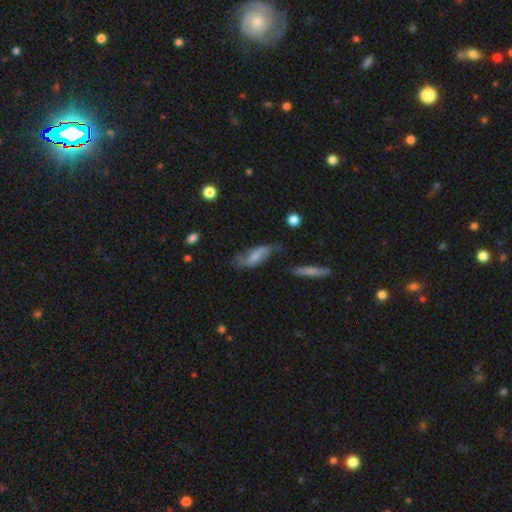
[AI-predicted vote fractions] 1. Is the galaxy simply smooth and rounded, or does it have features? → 60% featured or disk, 32% smooth, 8% star or artifact.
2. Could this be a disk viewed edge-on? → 86% no, 14% yes.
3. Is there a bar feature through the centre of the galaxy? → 43% weak, 32% no, 26% strong.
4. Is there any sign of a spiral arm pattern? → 81% yes, 19% no.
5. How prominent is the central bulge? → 45% small, 29% moderate, 20% none, 5% large, 1% dominant.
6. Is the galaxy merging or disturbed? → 46% none, 28% minor disturbance, 19% major disturbance, 6% merger.